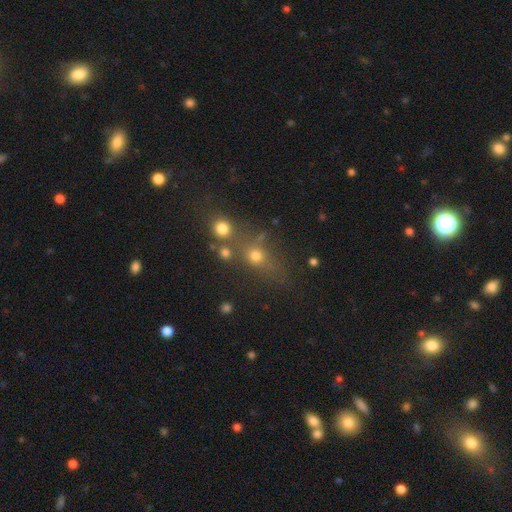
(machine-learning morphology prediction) A smooth galaxy with no disk features (59%) that is round (65%).

Vote fractions:
- Smooth or featured? smooth: 59% / star or artifact: 25% / featured or disk: 16%
- How rounded? round: 65% / in between: 29% / cigar-shaped: 6%
- Merging? none: 51% / merger: 28% / minor disturbance: 12% / major disturbance: 8%